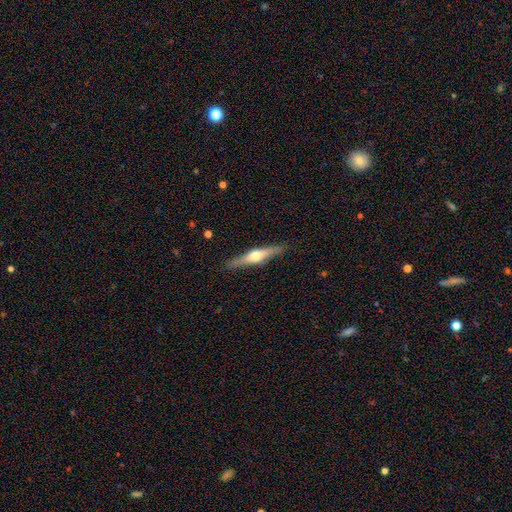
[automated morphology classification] This appears to be a featured or disk galaxy (60%) viewed edge-on (95%) with a rounded central bulge (92%). Merging: none (89%).